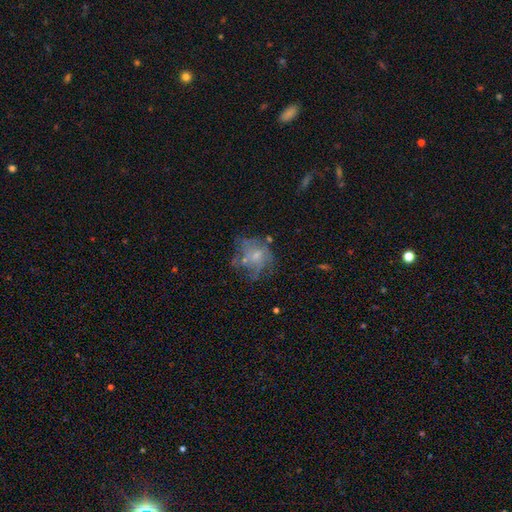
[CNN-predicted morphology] type=featured or disk (60%); edge-on=no (98%); bar=no (78%); spiral arms=yes (53%); bulge=small (59%); merging=none (44%).